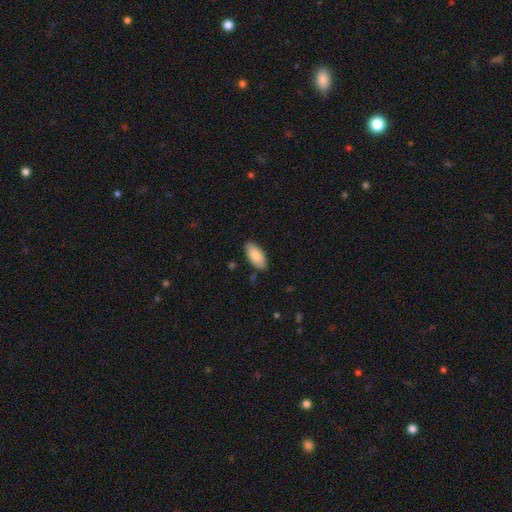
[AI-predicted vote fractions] smooth 85%, featured or disk 9%, star or artifact 6%. Down the decision tree: how rounded — in between (91%); merging — none (85%).